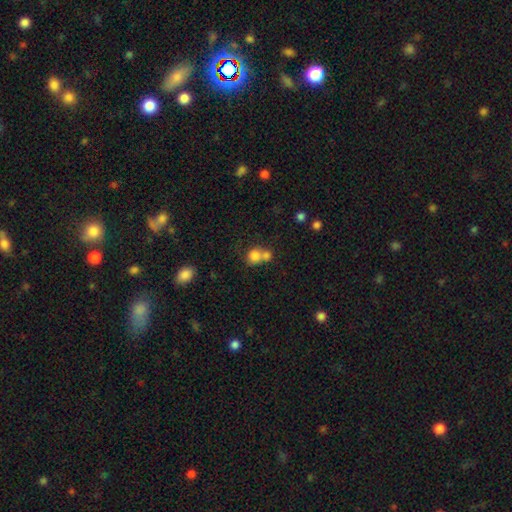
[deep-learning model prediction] Smooth or featured?
  - smooth: 79% *
  - star or artifact: 11%
  - featured or disk: 10%
How rounded?
  - round: 78% *
  - in between: 21%
  - cigar-shaped: 1%
Merging?
  - merger: 54% *
  - none: 34%
  - minor disturbance: 7%
  - major disturbance: 4%